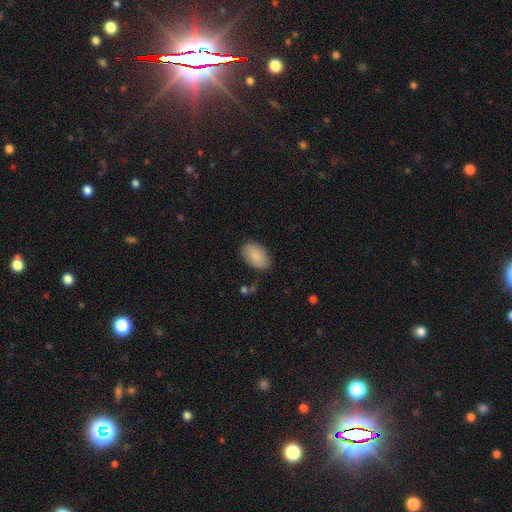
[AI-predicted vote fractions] A smooth galaxy with no disk features (87%) that is in between round and cigar-shaped (92%). Merging: none (82%).